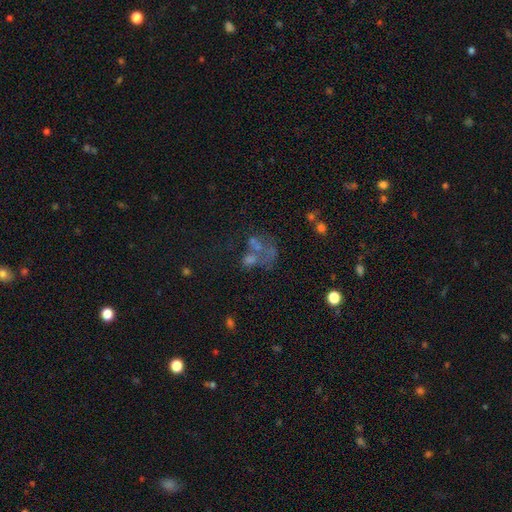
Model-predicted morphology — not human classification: Q: Smooth or featured?
A: featured or disk (40%); runner-up: smooth (32%)
Q: Merging?
A: merger (33%); runner-up: none (31%)